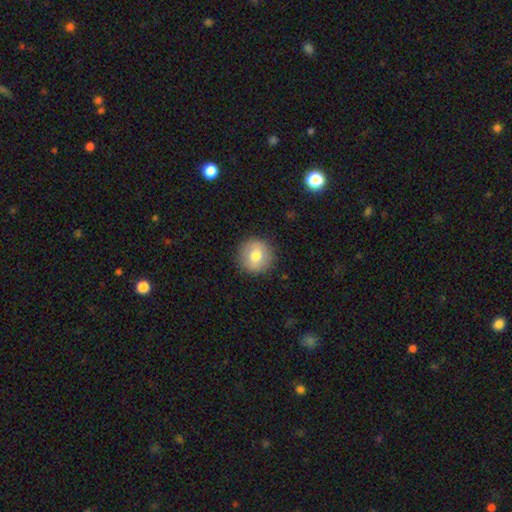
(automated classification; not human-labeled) A smooth galaxy with no disk features (76%) that is round (94%). Merging: none (90%).